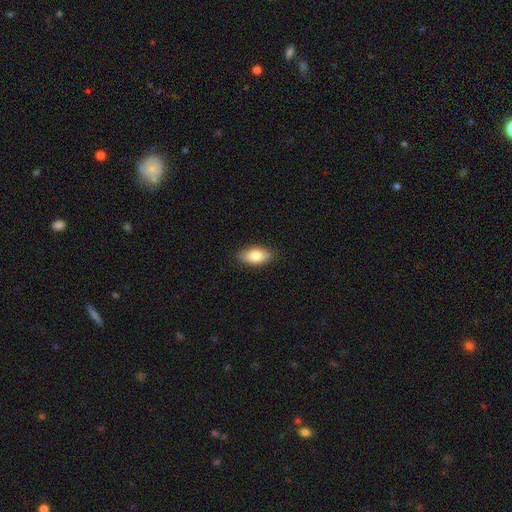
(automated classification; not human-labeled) A smooth galaxy with no disk features (79%) that is in between round and cigar-shaped (89%).

Vote fractions:
- Smooth or featured? smooth: 79% / featured or disk: 14% / star or artifact: 7%
- How rounded? in between: 89% / cigar-shaped: 7% / round: 4%
- Merging? none: 87% / minor disturbance: 10% / major disturbance: 2% / merger: 1%